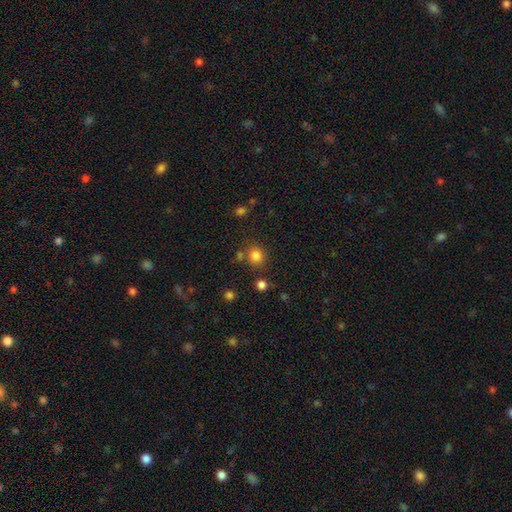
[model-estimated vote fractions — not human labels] Smooth or featured?
  - smooth: 81% *
  - star or artifact: 14%
  - featured or disk: 5%
How rounded?
  - round: 82% *
  - in between: 17%
  - cigar-shaped: 1%
Merging?
  - none: 75% *
  - minor disturbance: 10%
  - merger: 10%
  - major disturbance: 4%